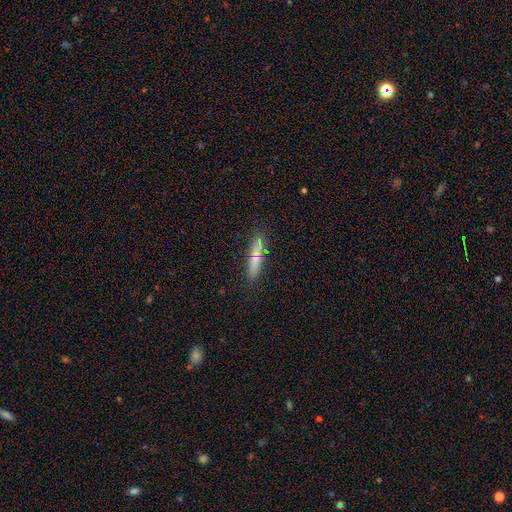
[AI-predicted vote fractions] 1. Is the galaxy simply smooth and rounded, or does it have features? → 66% smooth, 26% featured or disk, 8% star or artifact.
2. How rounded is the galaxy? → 91% cigar-shaped, 7% in between, 2% round.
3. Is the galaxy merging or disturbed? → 81% none, 12% minor disturbance, 4% merger, 3% major disturbance.